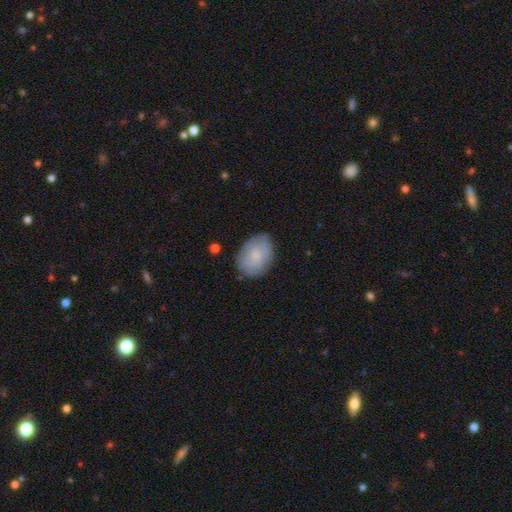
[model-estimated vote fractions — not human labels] This appears to be a smooth galaxy with no disk features (67%) that is in between round and cigar-shaped (72%). Merging: none (75%).